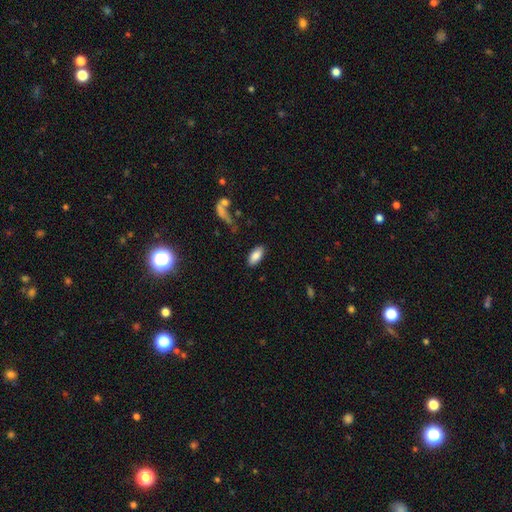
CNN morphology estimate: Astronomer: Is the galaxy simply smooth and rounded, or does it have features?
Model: smooth — 84%.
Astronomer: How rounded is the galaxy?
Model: in between — 90%.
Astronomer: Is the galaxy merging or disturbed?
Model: none — 85%.